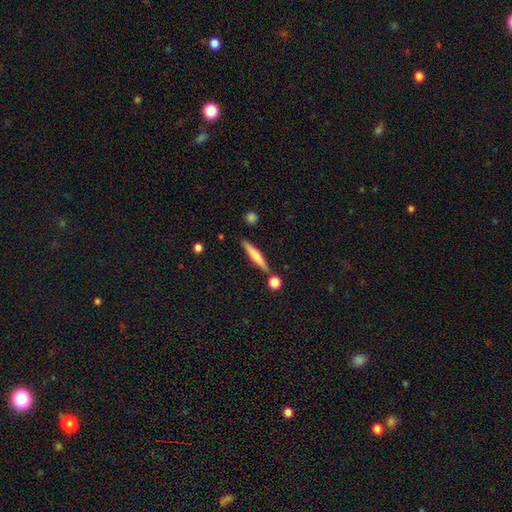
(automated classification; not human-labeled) smooth-or-featured: smooth: 56% | featured or disk: 38% | star or artifact: 6%
  how-rounded: cigar-shaped: 91% | in between: 7% | round: 2%
  merging: none: 81% | minor disturbance: 10% | merger: 7% | major disturbance: 2%